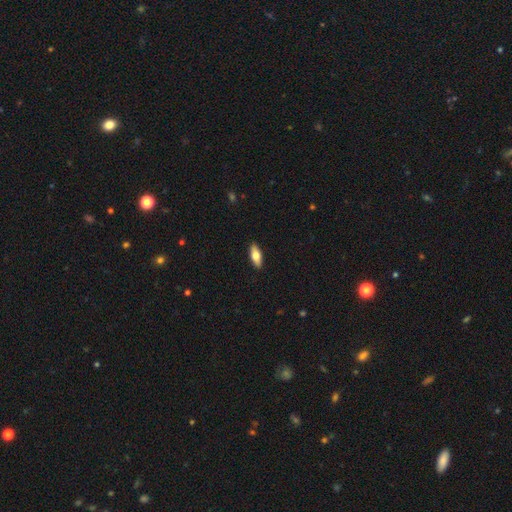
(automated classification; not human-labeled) Smooth or featured: smooth — 70% (featured or disk — 24%)
How rounded: in between — 77% (cigar-shaped — 20%)
Merging: none — 90% (minor disturbance — 7%)